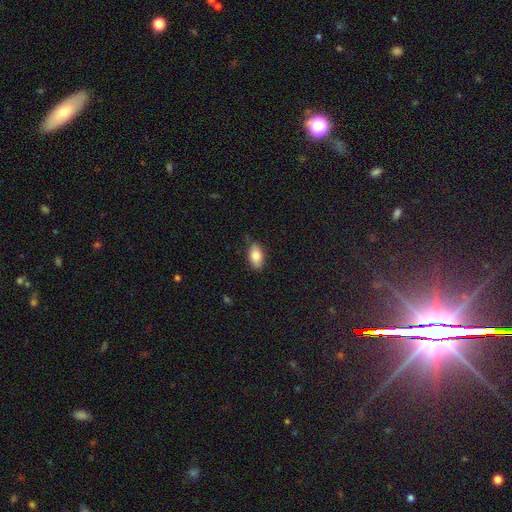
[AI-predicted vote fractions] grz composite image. It shows a smooth galaxy with no disk features (84%) that is in between round and cigar-shaped (92%). Merging: none (79%).